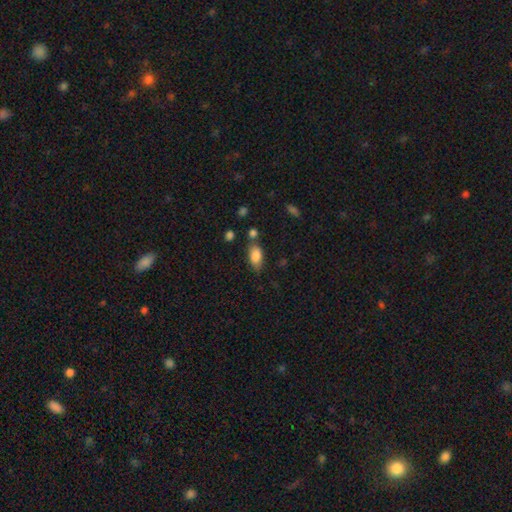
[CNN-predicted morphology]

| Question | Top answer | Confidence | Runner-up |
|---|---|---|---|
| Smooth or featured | smooth | 85% | star or artifact (8%) |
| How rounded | in between | 89% | cigar-shaped (6%) |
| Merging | none | 64% | minor disturbance (21%) |